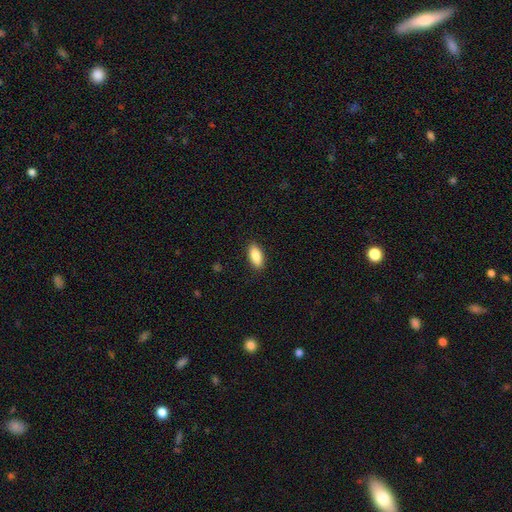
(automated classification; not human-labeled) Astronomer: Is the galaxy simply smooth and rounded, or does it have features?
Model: smooth — 87%.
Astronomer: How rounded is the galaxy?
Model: in between — 87%.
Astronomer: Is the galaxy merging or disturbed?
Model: none — 89%.